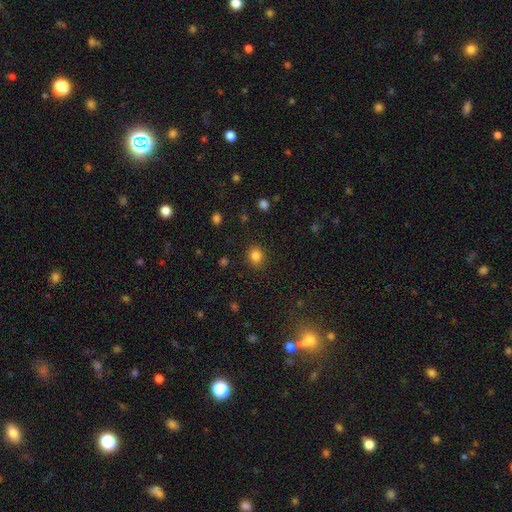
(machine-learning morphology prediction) Smooth or featured? Predicted: smooth (p=0.84). How rounded? Predicted: round (p=0.75). Merging? Predicted: none (p=0.89).